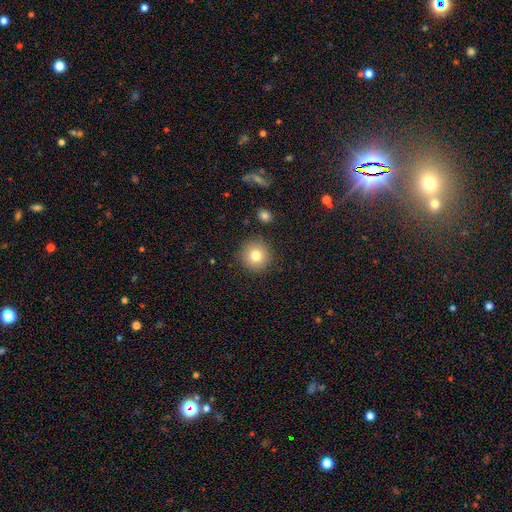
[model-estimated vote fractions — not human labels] A smooth galaxy with no disk features (79%) that is round (95%).

Vote fractions:
- Smooth or featured? smooth: 79% / star or artifact: 11% / featured or disk: 10%
- How rounded? round: 95% / in between: 4% / cigar-shaped: 1%
- Merging? none: 90% / minor disturbance: 6% / major disturbance: 2% / merger: 2%